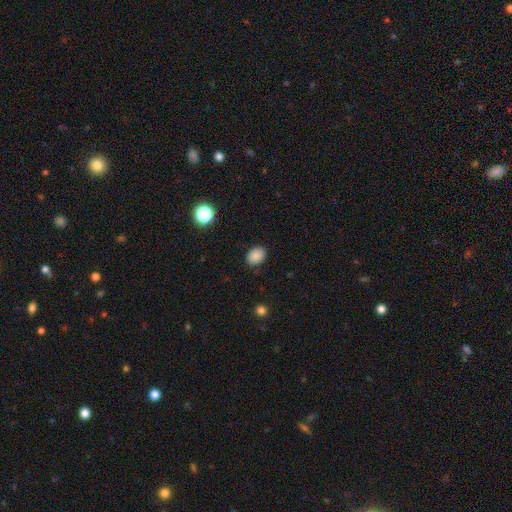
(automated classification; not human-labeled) Smooth or featured: smooth — 86% (star or artifact — 10%)
How rounded: in between — 61% (round — 38%)
Merging: none — 86% (minor disturbance — 10%)